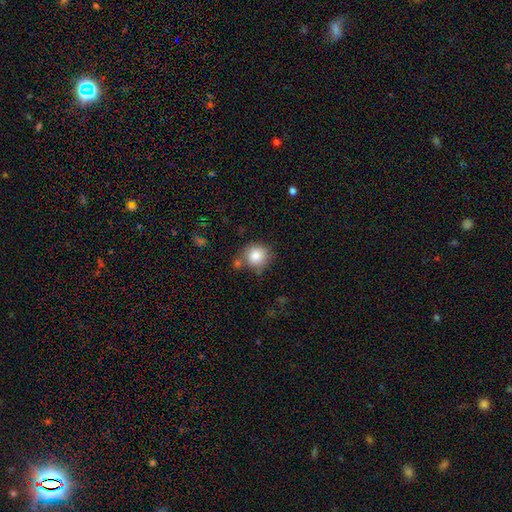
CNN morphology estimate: Overall: smooth (84%). How rounded: round (88%). Merging: none (69%).